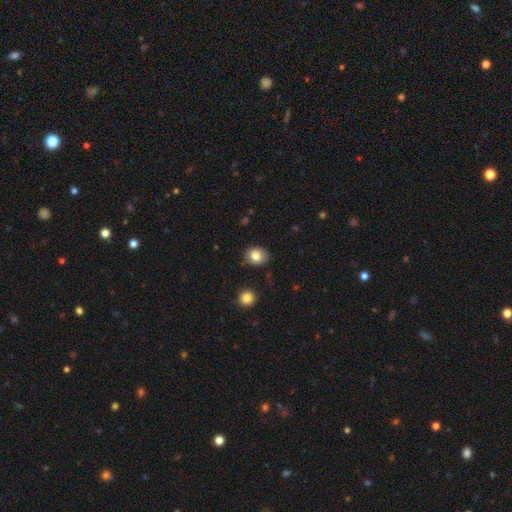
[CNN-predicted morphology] A smooth galaxy with no disk features (81%) that is round (61%).

Vote fractions:
- Smooth or featured? smooth: 81% / star or artifact: 10% / featured or disk: 9%
- How rounded? round: 61% / in between: 38% / cigar-shaped: 1%
- Merging? none: 83% / minor disturbance: 13% / major disturbance: 3% / merger: 2%